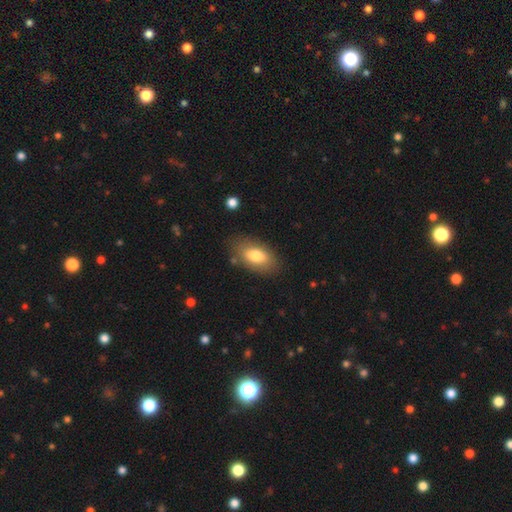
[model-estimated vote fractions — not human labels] smooth-or-featured: smooth: 77% | featured or disk: 16% | star or artifact: 7%
  how-rounded: in between: 92% | round: 5% | cigar-shaped: 4%
  merging: none: 80% | minor disturbance: 14% | major disturbance: 4% | merger: 2%